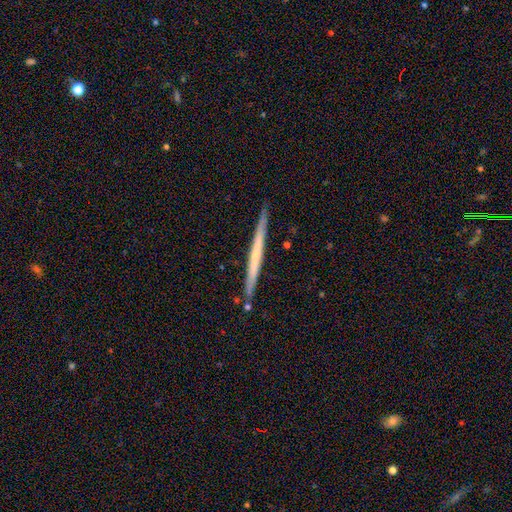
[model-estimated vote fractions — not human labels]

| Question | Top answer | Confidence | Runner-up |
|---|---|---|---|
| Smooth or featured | featured or disk | 54% | smooth (41%) |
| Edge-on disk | yes | 97% | no (3%) |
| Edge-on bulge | none | 86% | rounded (10%) |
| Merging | none | 90% | minor disturbance (7%) |